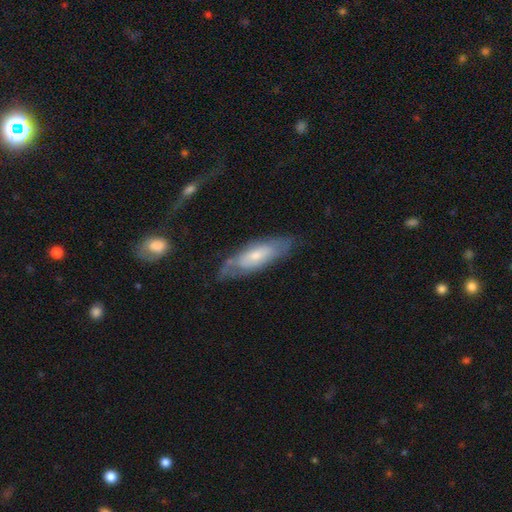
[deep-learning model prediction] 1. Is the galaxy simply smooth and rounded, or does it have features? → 51% featured or disk, 43% smooth, 6% star or artifact.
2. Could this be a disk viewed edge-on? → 72% no, 28% yes.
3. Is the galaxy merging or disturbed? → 66% none, 23% minor disturbance, 9% major disturbance, 2% merger.